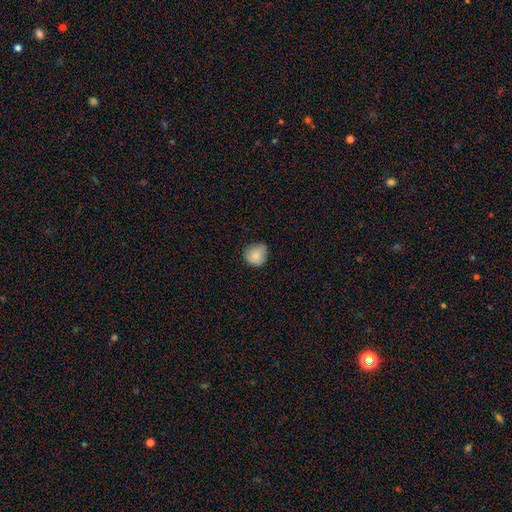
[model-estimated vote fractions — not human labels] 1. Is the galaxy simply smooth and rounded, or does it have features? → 85% smooth, 8% star or artifact, 7% featured or disk.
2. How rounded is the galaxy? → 88% round, 11% in between, 1% cigar-shaped.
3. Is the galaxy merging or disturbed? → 75% none, 21% minor disturbance, 3% major disturbance, 1% merger.